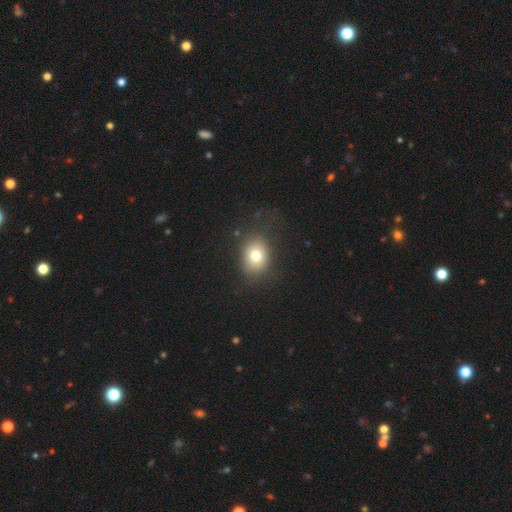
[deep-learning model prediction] A smooth galaxy with no disk features (75%) that is round (51%). Merging: none (78%).